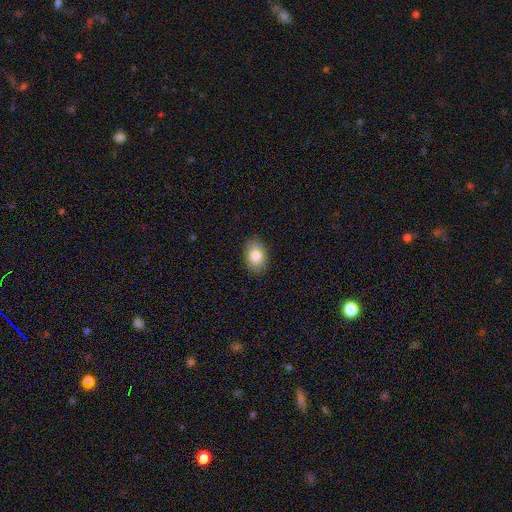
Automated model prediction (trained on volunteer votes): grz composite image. It shows a smooth galaxy with no disk features (82%) that is in between round and cigar-shaped (82%). Merging: none (88%).